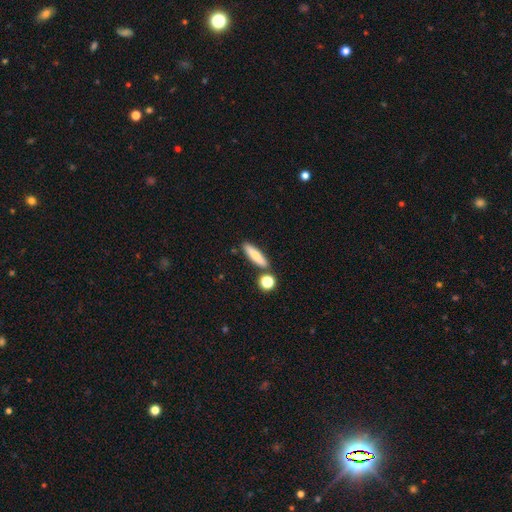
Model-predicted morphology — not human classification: smooth 68%, featured or disk 24%, star or artifact 7%. Down the decision tree: how rounded — cigar-shaped (71%); merging — none (79%).